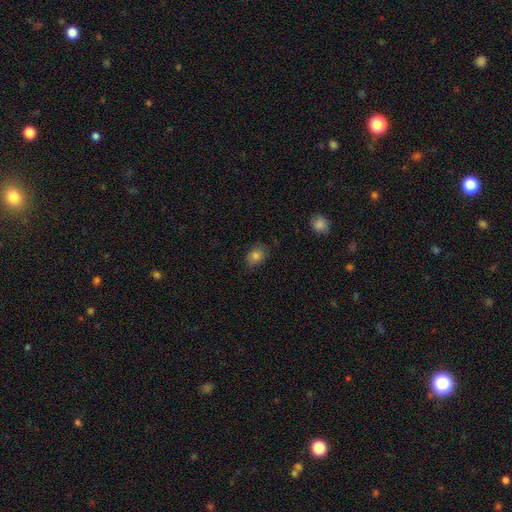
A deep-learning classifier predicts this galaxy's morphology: Smooth or featured: smooth — 79% (star or artifact — 11%)
How rounded: in between — 65% (round — 34%)
Merging: none — 78% (minor disturbance — 18%)